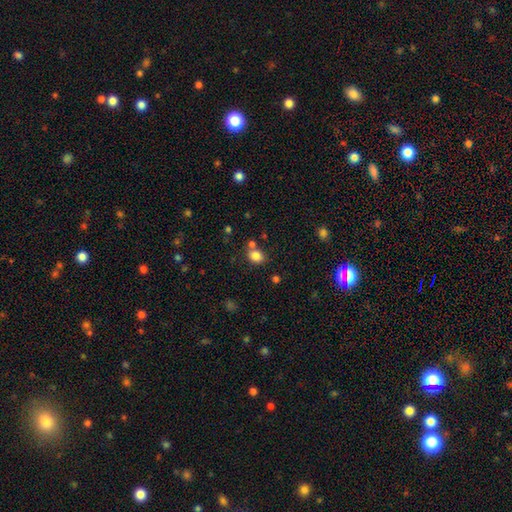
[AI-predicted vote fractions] Q: Smooth or featured?
A: smooth (83%); runner-up: star or artifact (11%)
Q: How rounded?
A: round (56%); runner-up: in between (43%)
Q: Merging?
A: none (66%); runner-up: merger (18%)